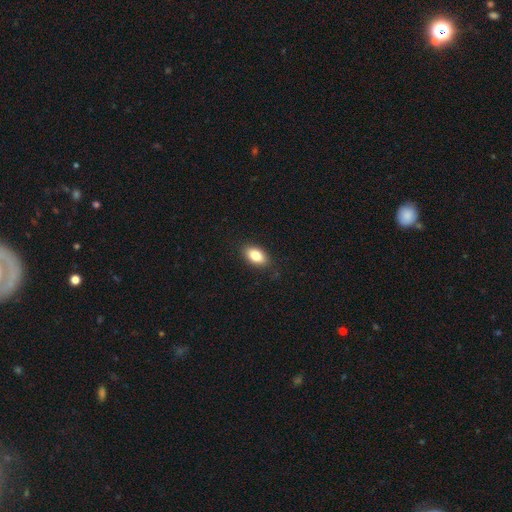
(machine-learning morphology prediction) smooth 84%, featured or disk 8%, star or artifact 8%. Down the decision tree: how rounded — in between (91%); merging — none (86%).